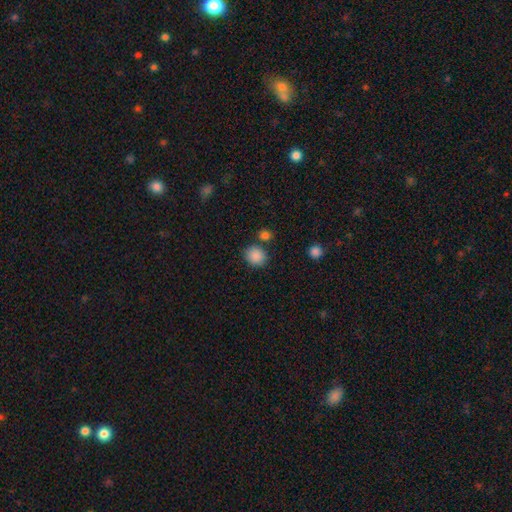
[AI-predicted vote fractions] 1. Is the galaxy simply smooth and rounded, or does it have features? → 87% smooth, 9% star or artifact, 3% featured or disk.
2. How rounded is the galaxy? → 75% round, 24% in between, 1% cigar-shaped.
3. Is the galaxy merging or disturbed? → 77% none, 10% minor disturbance, 9% merger, 3% major disturbance.